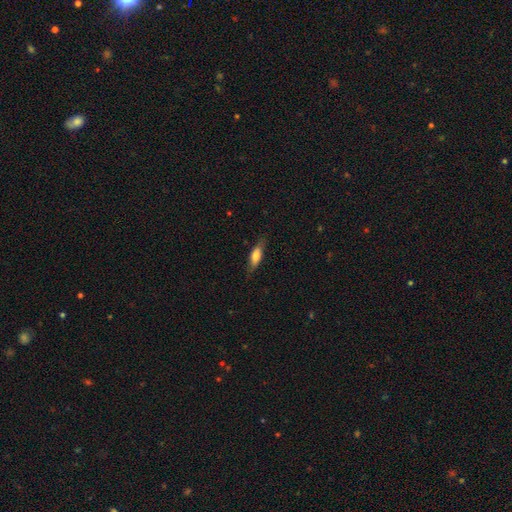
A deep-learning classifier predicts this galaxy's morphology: smooth-or-featured: smooth: 64% | featured or disk: 29% | star or artifact: 7%
  how-rounded: in between: 54% | cigar-shaped: 43% | round: 3%
  merging: none: 76% | minor disturbance: 19% | major disturbance: 4% | merger: 1%